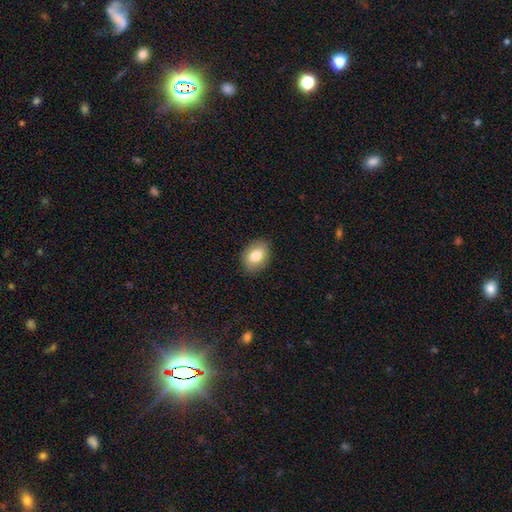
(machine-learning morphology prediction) Q: Smooth or featured?
A: smooth (81%); runner-up: featured or disk (11%)
Q: How rounded?
A: in between (75%); runner-up: round (24%)
Q: Merging?
A: none (87%); runner-up: minor disturbance (10%)